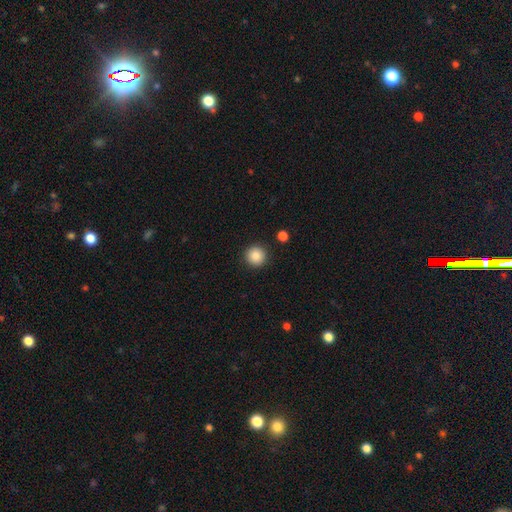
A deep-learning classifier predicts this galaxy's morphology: smooth_or_featured: smooth (p=0.86) [alt: star or artifact p=0.09]
how_rounded: round (p=0.95) [alt: in between p=0.04]
merging: none (p=0.91) [alt: minor disturbance p=0.05]